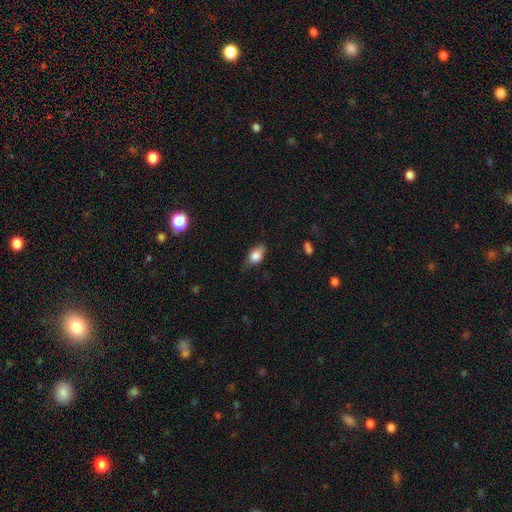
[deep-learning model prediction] smooth_or_featured: smooth (p=0.78) [alt: featured or disk p=0.14]
how_rounded: in between (p=0.83) [alt: round p=0.13]
merging: none (p=0.62) [alt: minor disturbance p=0.29]